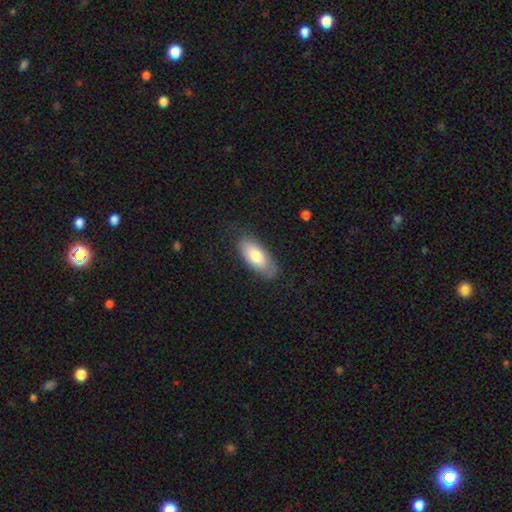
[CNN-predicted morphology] A smooth galaxy with no disk features (75%) that is in between round and cigar-shaped (88%).

Vote fractions:
- Smooth or featured? smooth: 75% / featured or disk: 19% / star or artifact: 6%
- How rounded? in between: 88% / cigar-shaped: 10% / round: 2%
- Merging? none: 74% / minor disturbance: 19% / major disturbance: 6% / merger: 1%